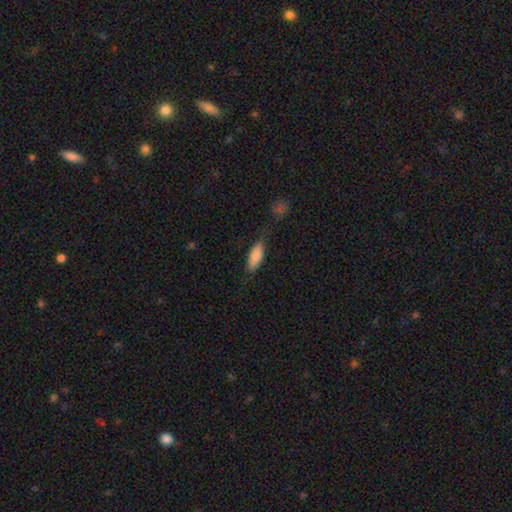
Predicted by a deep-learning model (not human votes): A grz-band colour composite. It shows a smooth galaxy with no disk features (86%) that is in between round and cigar-shaped (69%). Merging: none (64%).